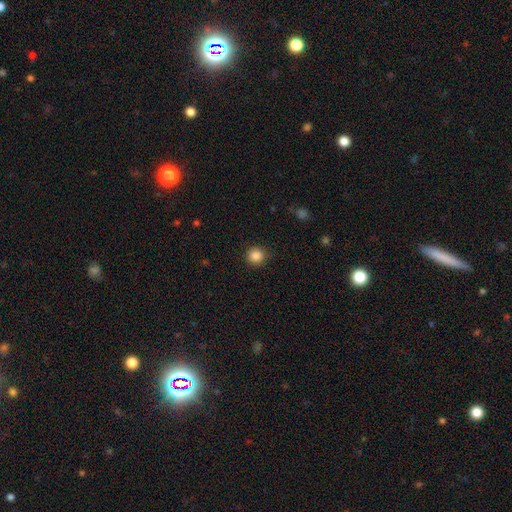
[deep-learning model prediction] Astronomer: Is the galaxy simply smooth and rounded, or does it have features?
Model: smooth — 87%.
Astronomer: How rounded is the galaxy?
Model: round — 92%.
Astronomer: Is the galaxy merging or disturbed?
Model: none — 88%.